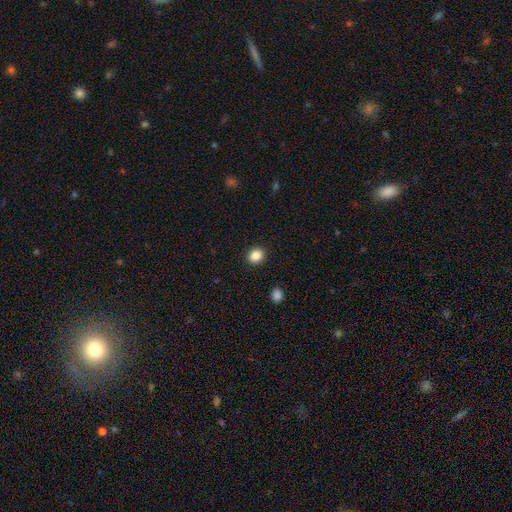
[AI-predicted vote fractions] Smooth or featured? smooth (85%)
How rounded? round (70%)
Merging? none (92%)